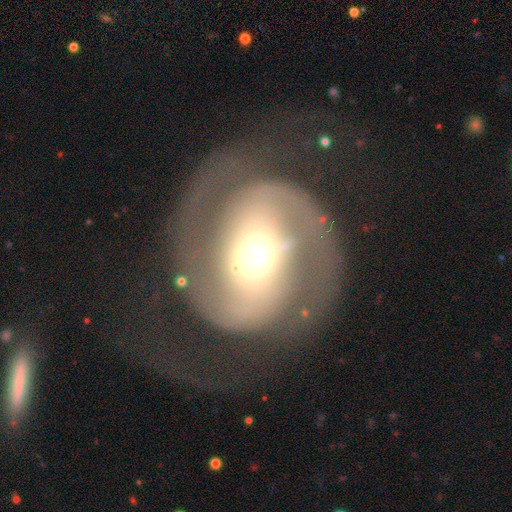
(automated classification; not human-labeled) Overall: featured or disk (86%). Edge-on disk: no (97%). Bar: no (42%; strong 29%). Spiral arms: yes (91%). Spiral arm count: 2 (92%). Spiral winding: medium (51%; tight 27%). Bulge size: moderate (60%; large 24%). Merging: none (70%).